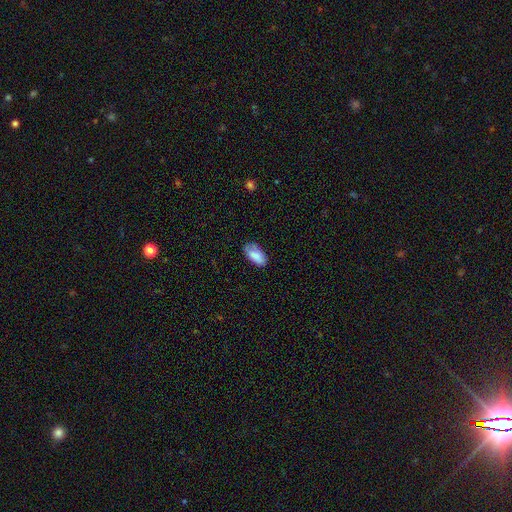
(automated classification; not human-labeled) Smooth or featured: smooth — 85% (featured or disk — 9%)
How rounded: in between — 93% (cigar-shaped — 5%)
Merging: none — 74% (minor disturbance — 20%)